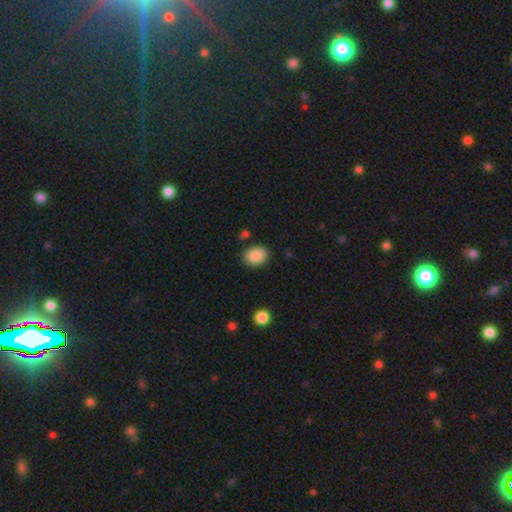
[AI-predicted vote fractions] Overall: smooth (89%). How rounded: in between (63%; round 36%). Merging: none (84%).